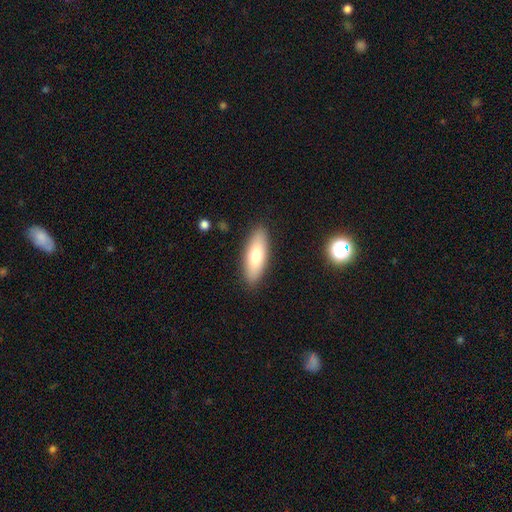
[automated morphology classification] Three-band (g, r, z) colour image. It shows a smooth galaxy with no disk features (73%) that is in between round and cigar-shaped (67%). Merging: none (88%).